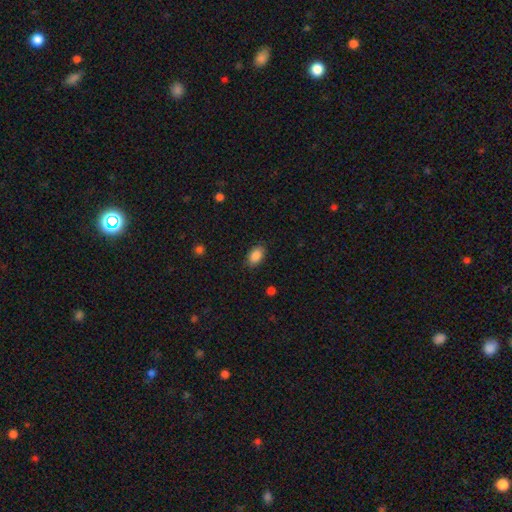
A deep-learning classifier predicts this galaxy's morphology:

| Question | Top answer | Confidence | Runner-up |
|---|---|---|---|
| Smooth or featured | smooth | 88% | star or artifact (8%) |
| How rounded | in between | 89% | round (9%) |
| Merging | none | 87% | minor disturbance (10%) |